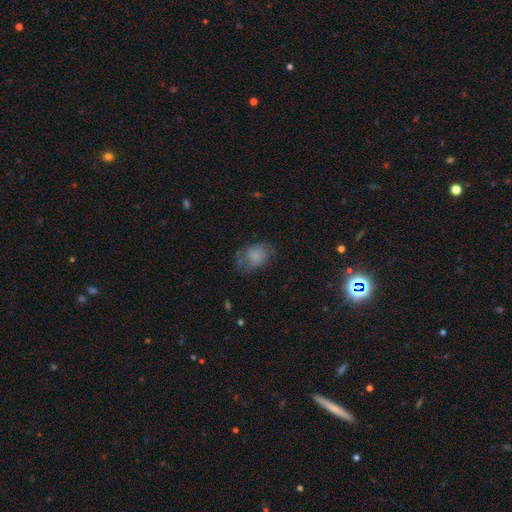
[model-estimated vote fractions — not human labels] A smooth galaxy with no disk features (71%) that is in between round and cigar-shaped (64%).

Vote fractions:
- Smooth or featured? smooth: 71% / featured or disk: 20% / star or artifact: 9%
- How rounded? in between: 64% / round: 35% / cigar-shaped: 1%
- Merging? none: 53% / minor disturbance: 29% / major disturbance: 15% / merger: 3%